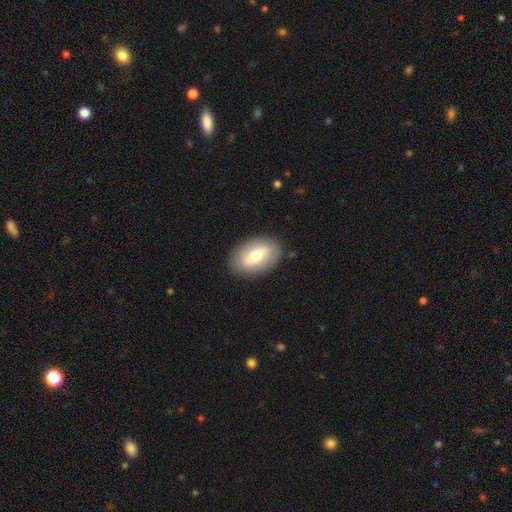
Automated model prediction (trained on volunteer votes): Smooth or featured: smooth — 55% (featured or disk — 38%)
How rounded: in between — 89% (round — 10%)
Merging: none — 86% (minor disturbance — 10%)